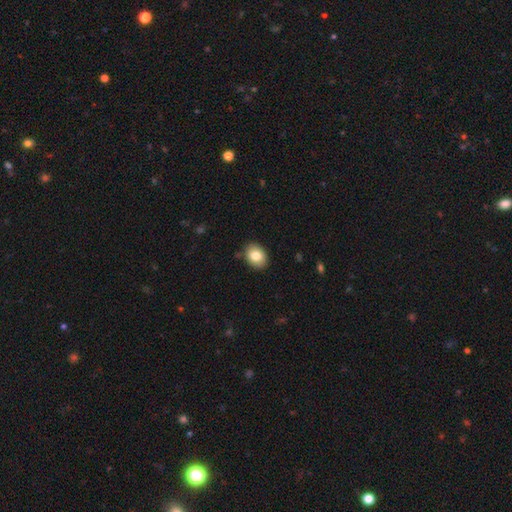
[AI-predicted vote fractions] Q: Smooth or featured?
A: smooth (81%); runner-up: featured or disk (11%)
Q: How rounded?
A: in between (62%); runner-up: round (37%)
Q: Merging?
A: none (87%); runner-up: minor disturbance (10%)